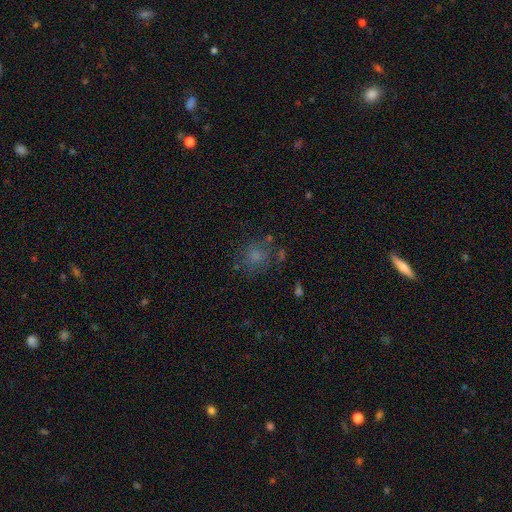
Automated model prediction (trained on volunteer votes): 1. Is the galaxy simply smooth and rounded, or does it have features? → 67% smooth, 17% star or artifact, 16% featured or disk.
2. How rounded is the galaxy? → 79% round, 20% in between, 1% cigar-shaped.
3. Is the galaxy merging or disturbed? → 63% none, 18% minor disturbance, 12% major disturbance, 7% merger.